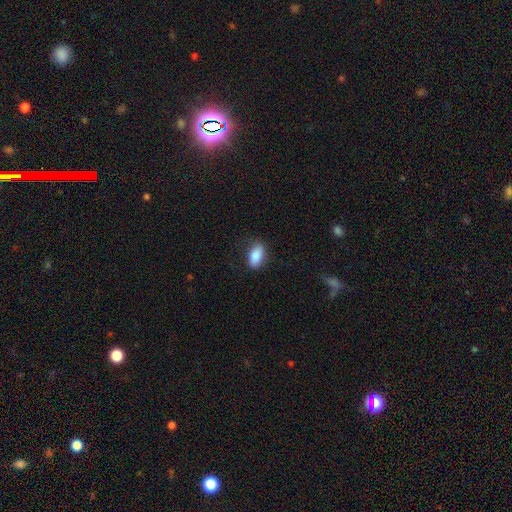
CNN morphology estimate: type=smooth (87%); roundness=in between (90%); merging=none (82%).